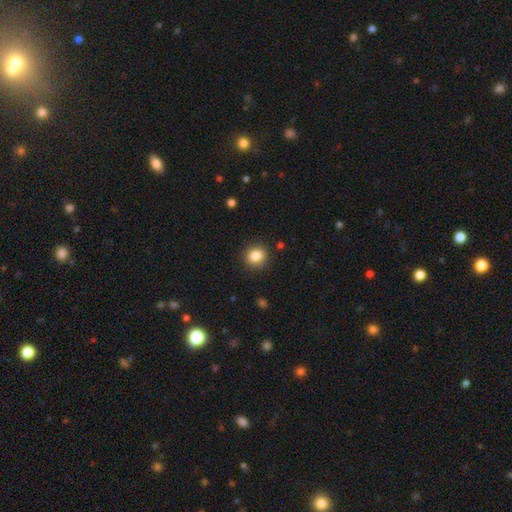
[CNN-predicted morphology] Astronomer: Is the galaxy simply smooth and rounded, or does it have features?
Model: smooth — 85%.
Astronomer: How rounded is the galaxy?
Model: round — 82%.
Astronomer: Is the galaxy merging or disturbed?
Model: none — 88%.